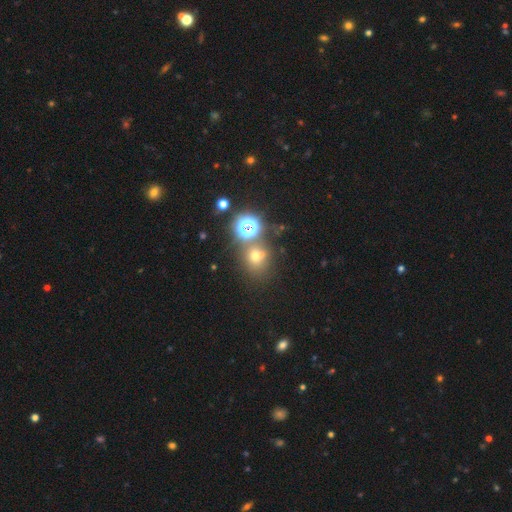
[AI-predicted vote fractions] Smooth or featured?
  - smooth: 59% *
  - star or artifact: 30%
  - featured or disk: 11%
How rounded?
  - round: 73% *
  - in between: 26%
  - cigar-shaped: 1%
Merging?
  - none: 58% *
  - merger: 22%
  - minor disturbance: 12%
  - major disturbance: 7%